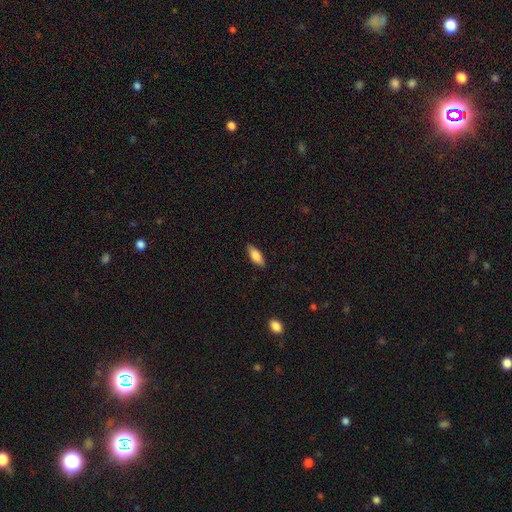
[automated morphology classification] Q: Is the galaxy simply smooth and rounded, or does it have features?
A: smooth — 78%.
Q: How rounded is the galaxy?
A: in between — 67%.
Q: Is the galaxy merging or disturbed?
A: none — 87%.